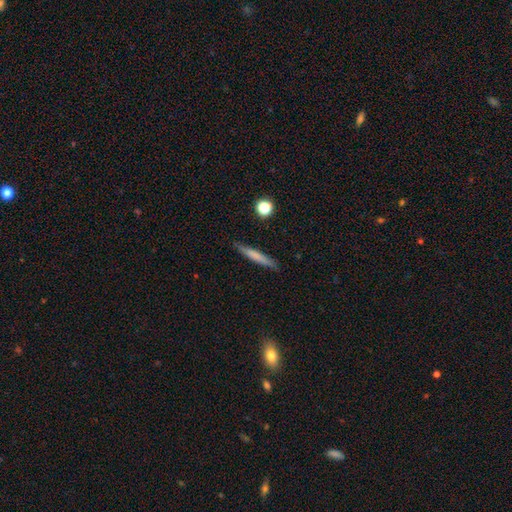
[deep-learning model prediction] smooth_or_featured: smooth (p=0.65) [alt: featured or disk p=0.28]
how_rounded: cigar-shaped (p=0.94) [alt: in between p=0.04]
merging: none (p=0.87) [alt: minor disturbance p=0.10]